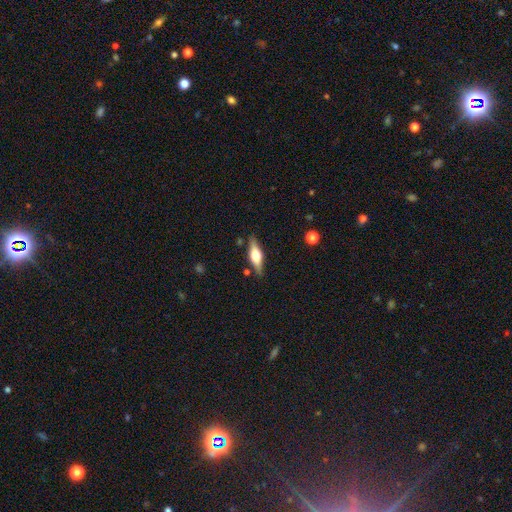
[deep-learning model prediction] Smooth or featured: featured or disk — 61% (smooth — 32%)
Edge-on disk: yes — 95% (no — 5%)
Edge-on bulge: rounded — 93% (boxy — 6%)
Merging: none — 85% (minor disturbance — 11%)